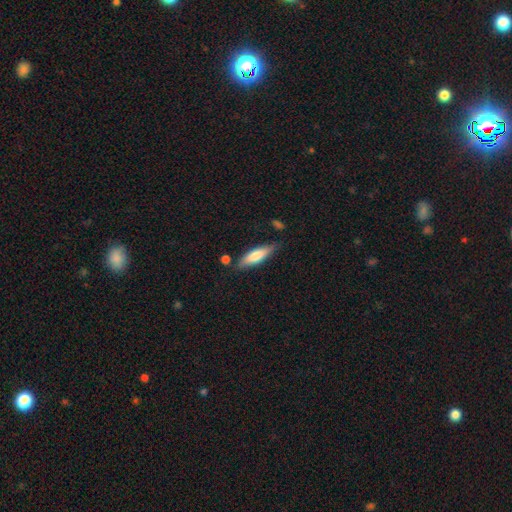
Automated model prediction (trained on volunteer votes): smooth_or_featured: smooth (p=0.69) [alt: featured or disk p=0.25]
how_rounded: cigar-shaped (p=0.60) [alt: in between p=0.39]
merging: none (p=0.75) [alt: minor disturbance p=0.17]